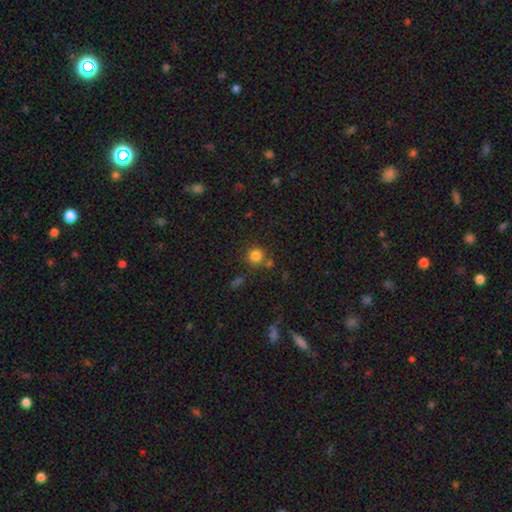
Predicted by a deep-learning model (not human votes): Smooth or featured? Predicted: smooth (p=0.82). How rounded? Predicted: round (p=0.92). Merging? Predicted: none (p=0.76).